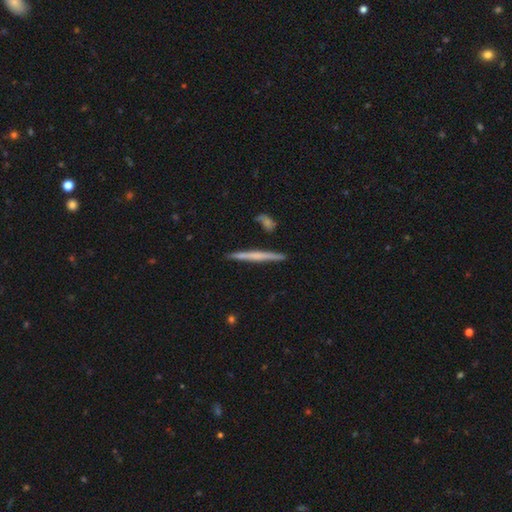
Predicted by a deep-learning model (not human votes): featured or disk 53%, smooth 41%, star or artifact 6%. Down the decision tree: edge-on disk — yes (97%); edge-on bulge — none (71%); merging — none (88%).